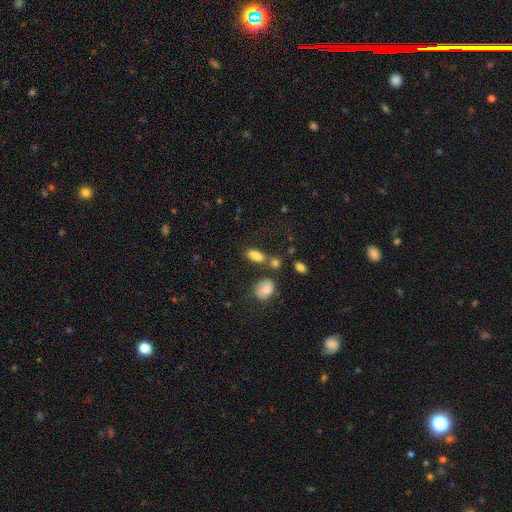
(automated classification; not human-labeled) A smooth galaxy with no disk features (83%) that is in between round and cigar-shaped (87%).

Vote fractions:
- Smooth or featured? smooth: 83% / star or artifact: 10% / featured or disk: 7%
- How rounded? in between: 87% / cigar-shaped: 7% / round: 5%
- Merging? none: 59% / merger: 20% / minor disturbance: 15% / major disturbance: 6%